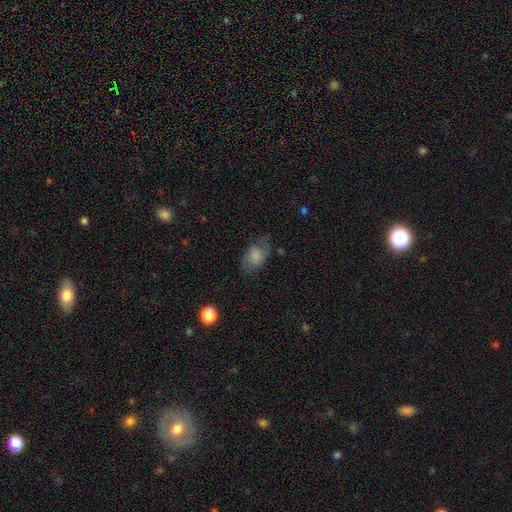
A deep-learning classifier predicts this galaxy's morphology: smooth 72%, featured or disk 20%, star or artifact 8%. Down the decision tree: how rounded — in between (86%); merging — none (62%).